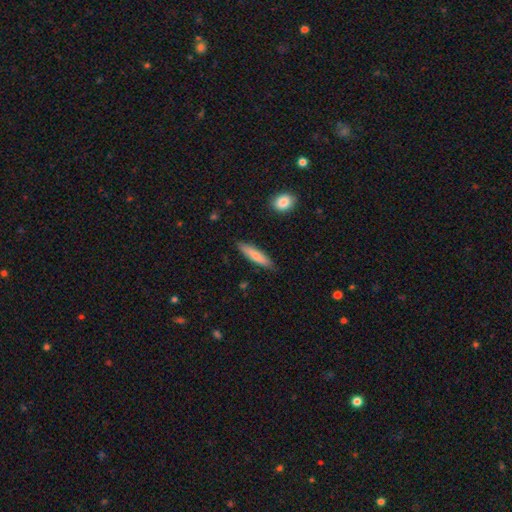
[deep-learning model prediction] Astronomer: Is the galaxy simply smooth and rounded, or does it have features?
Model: smooth — 75%.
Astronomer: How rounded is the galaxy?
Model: cigar-shaped — 78%.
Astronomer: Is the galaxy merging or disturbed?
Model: none — 86%.